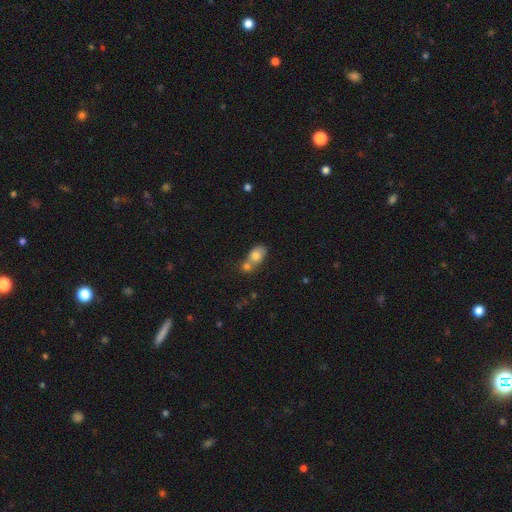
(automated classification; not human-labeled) smooth_or_featured: smooth (p=0.75) [alt: featured or disk p=0.16]
how_rounded: in between (p=0.74) [alt: round p=0.24]
merging: merger (p=0.61) [alt: none p=0.27]